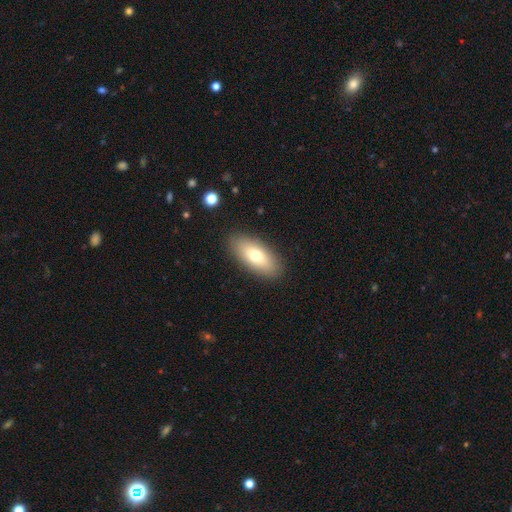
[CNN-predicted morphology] Q: Smooth or featured?
A: smooth (71%); runner-up: featured or disk (22%)
Q: How rounded?
A: in between (85%); runner-up: cigar-shaped (12%)
Q: Merging?
A: none (88%); runner-up: minor disturbance (8%)